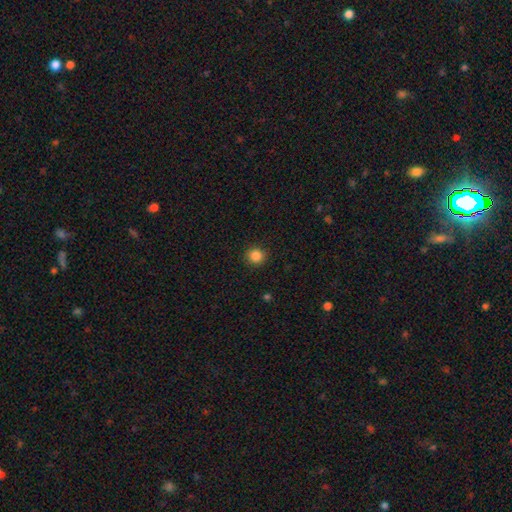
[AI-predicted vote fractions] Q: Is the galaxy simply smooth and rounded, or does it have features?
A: smooth — 86%.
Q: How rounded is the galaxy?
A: round — 92%.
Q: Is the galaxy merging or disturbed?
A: none — 91%.